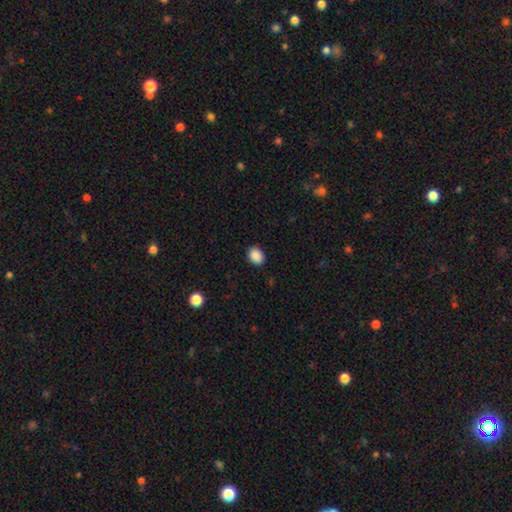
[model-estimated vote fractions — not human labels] The model was most divided on "how rounded": in between: 57%, round: 42%, cigar-shaped: 1%. More confident: smooth or featured — smooth (89%); merging — none (89%).